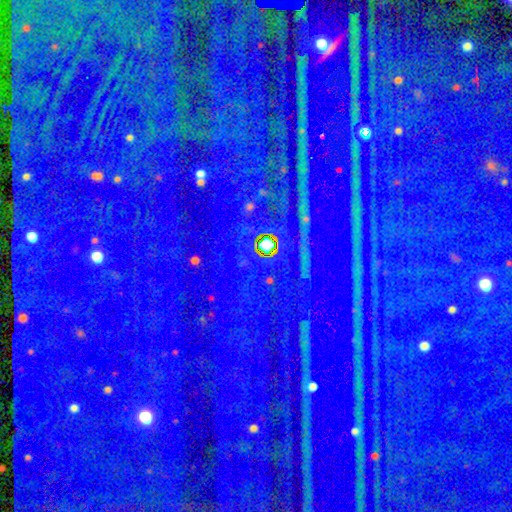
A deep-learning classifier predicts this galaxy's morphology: Smooth or featured? Predicted: star or artifact (p=0.84).